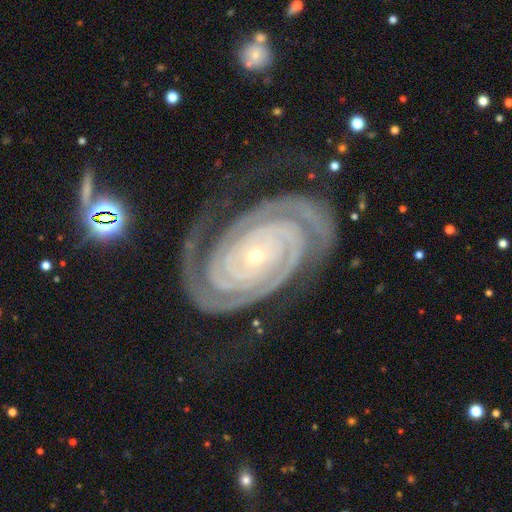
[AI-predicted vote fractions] This is clearly a featured or disk galaxy (93%). It is clearly not viewed edge-on (97%). Bar: likely no (73%). Spiral arm pattern: clearly yes (99%). Spiral arm count: likely 2 (76%). Spiral winding: clearly tight (90%). Central bulge: clearly small (82%). Merging: likely none (77%).